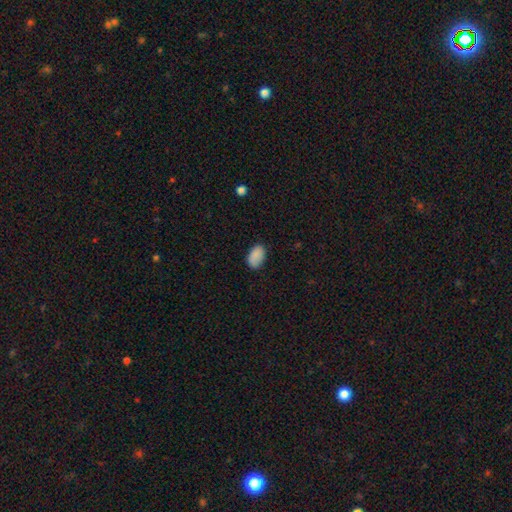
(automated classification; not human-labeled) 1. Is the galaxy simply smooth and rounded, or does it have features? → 88% smooth, 8% star or artifact, 4% featured or disk.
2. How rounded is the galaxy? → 91% in between, 8% round, 1% cigar-shaped.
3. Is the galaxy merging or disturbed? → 80% none, 16% minor disturbance, 3% major disturbance, 1% merger.